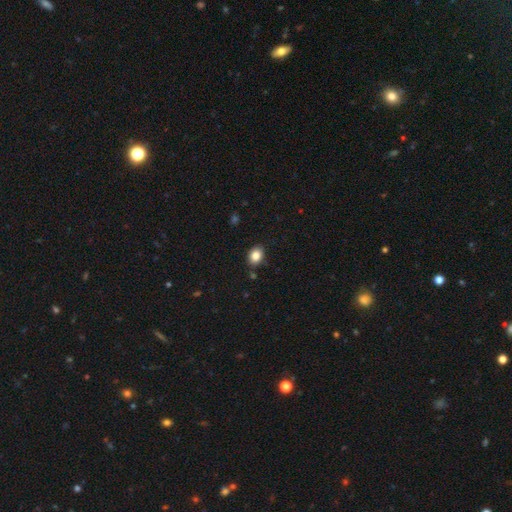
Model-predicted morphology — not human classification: Q: Smooth or featured?
A: smooth (84%); runner-up: star or artifact (9%)
Q: How rounded?
A: in between (66%); runner-up: round (33%)
Q: Merging?
A: none (86%); runner-up: minor disturbance (10%)